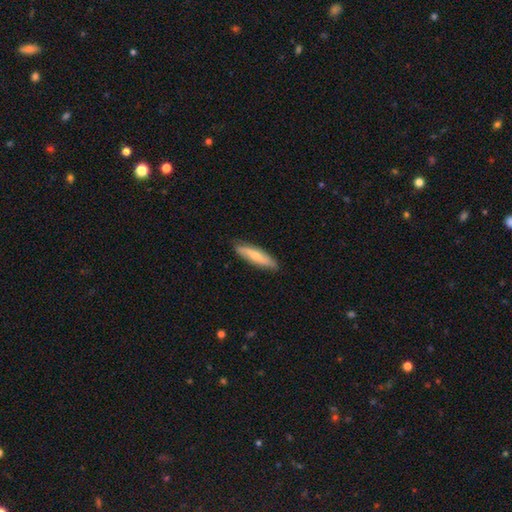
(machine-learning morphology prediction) This appears to be a smooth galaxy with no disk features (60%) that is cigar-shaped (72%). Merging: none (85%).